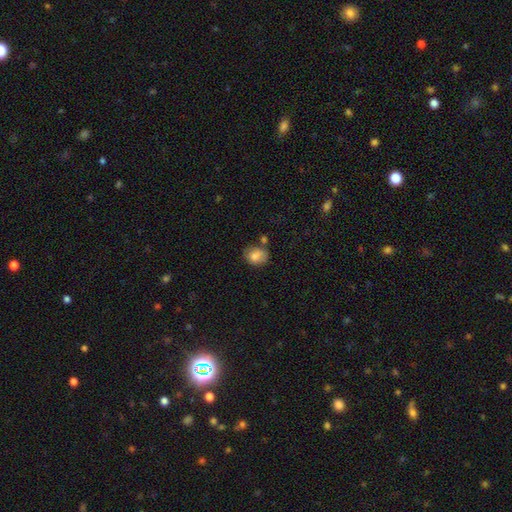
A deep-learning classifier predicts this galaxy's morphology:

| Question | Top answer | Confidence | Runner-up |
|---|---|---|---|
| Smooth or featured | smooth | 78% | featured or disk (13%) |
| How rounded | round | 51% | in between (48%) |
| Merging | none | 59% | minor disturbance (25%) |